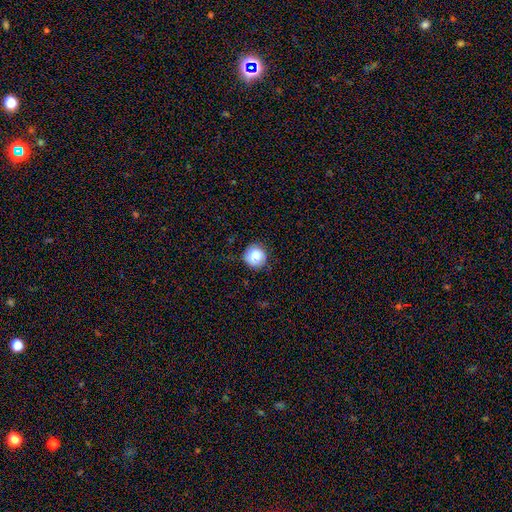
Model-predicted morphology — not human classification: Smooth or featured? Predicted: smooth (p=0.82). How rounded? Predicted: round (p=0.93). Merging? Predicted: none (p=0.78).